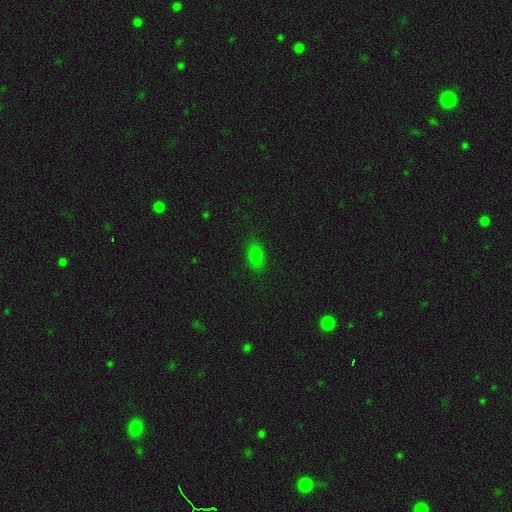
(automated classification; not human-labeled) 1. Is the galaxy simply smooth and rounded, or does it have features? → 78% smooth, 14% star or artifact, 8% featured or disk.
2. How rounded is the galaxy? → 82% in between, 14% round, 4% cigar-shaped.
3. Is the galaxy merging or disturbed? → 85% none, 11% minor disturbance, 3% major disturbance, 1% merger.